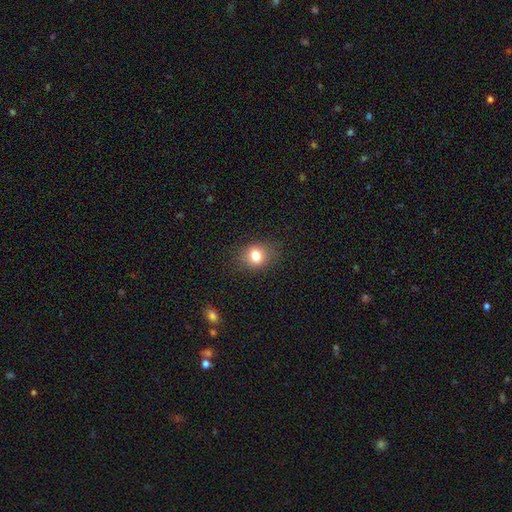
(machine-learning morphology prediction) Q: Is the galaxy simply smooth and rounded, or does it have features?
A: smooth — 78%.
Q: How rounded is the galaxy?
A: round — 58%.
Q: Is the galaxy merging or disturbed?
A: none — 82%.